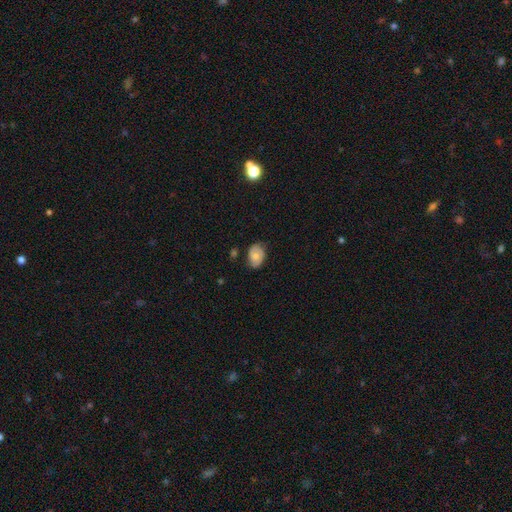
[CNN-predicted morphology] Smooth or featured?
  - smooth: 59% *
  - featured or disk: 33%
  - star or artifact: 8%
How rounded?
  - in between: 82% *
  - round: 17%
  - cigar-shaped: 1%
Merging?
  - none: 65% *
  - minor disturbance: 27%
  - major disturbance: 6%
  - merger: 2%